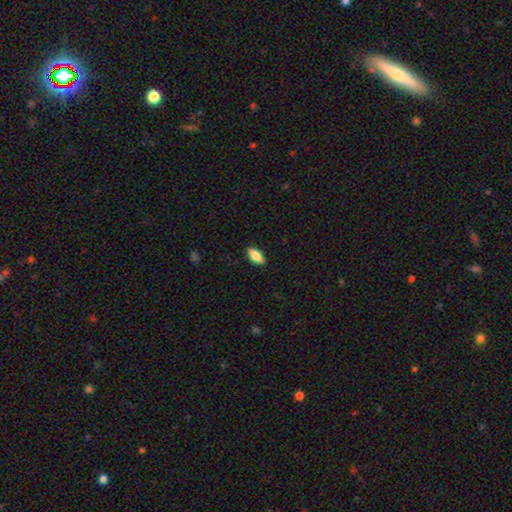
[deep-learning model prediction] A smooth galaxy with no disk features (81%) that is in between round and cigar-shaped (86%). Merging: none (89%).